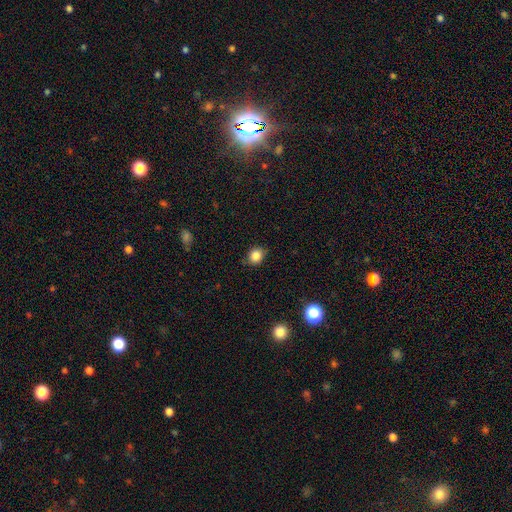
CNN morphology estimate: A smooth galaxy with no disk features (84%) that is round (63%).

Vote fractions:
- Smooth or featured? smooth: 84% / star or artifact: 11% / featured or disk: 6%
- How rounded? round: 63% / in between: 36% / cigar-shaped: 1%
- Merging? none: 80% / minor disturbance: 16% / major disturbance: 3% / merger: 1%